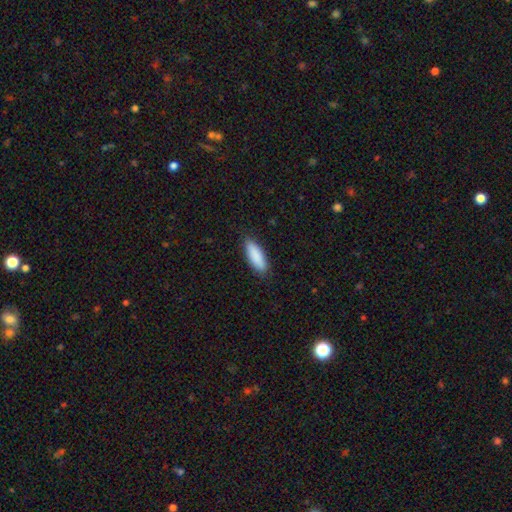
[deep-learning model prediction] smooth-or-featured: smooth: 89% | star or artifact: 6% | featured or disk: 5%
  how-rounded: in between: 57% | cigar-shaped: 41% | round: 2%
  merging: none: 87% | minor disturbance: 10% | major disturbance: 2% | merger: 1%